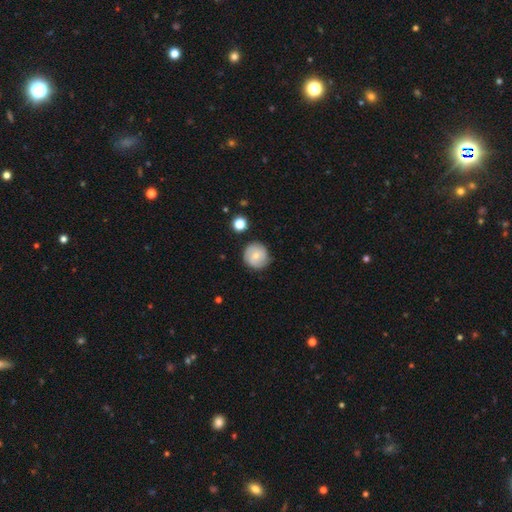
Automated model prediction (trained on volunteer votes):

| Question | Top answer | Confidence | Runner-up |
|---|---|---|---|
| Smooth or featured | smooth | 60% | featured or disk (32%) |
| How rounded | round | 93% | in between (6%) |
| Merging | none | 81% | minor disturbance (14%) |